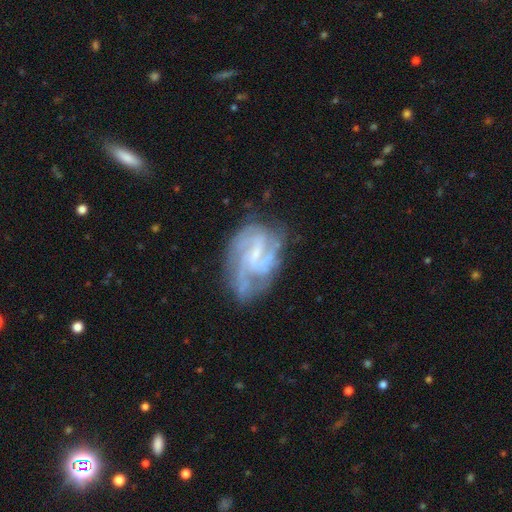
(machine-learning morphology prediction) Overall: featured or disk (83%). Edge-on disk: no (98%). Bar: weak (55%; no 28%). Spiral arms: yes (93%). Spiral arm count: 3 (32%; can't tell 25%). Spiral winding: medium (47%; tight 37%). Bulge size: small (55%; none 27%). Merging: none (56%; minor disturbance 24%).